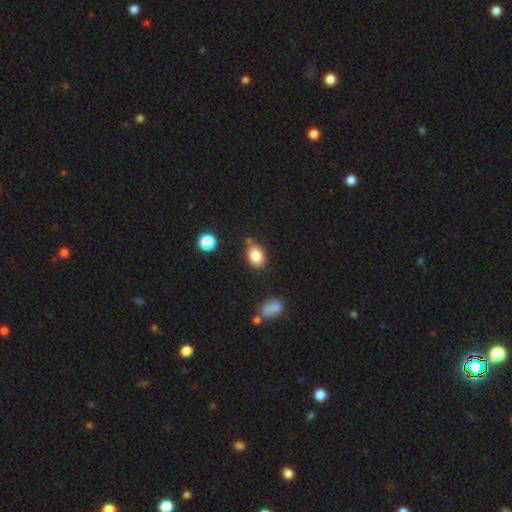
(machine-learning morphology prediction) Smooth or featured? Predicted: smooth (p=0.85). How rounded? Predicted: in between (p=0.78). Merging? Predicted: none (p=0.74).